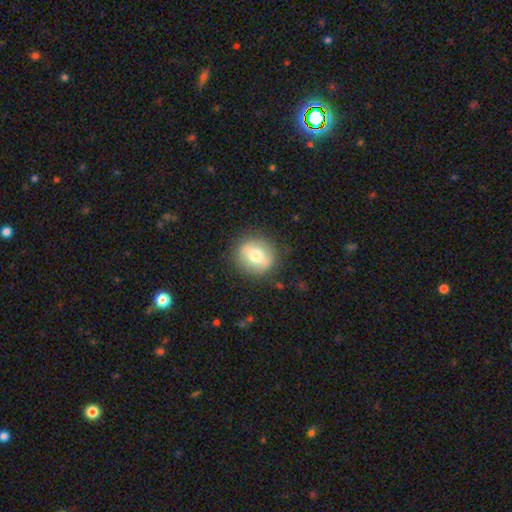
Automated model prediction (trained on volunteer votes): This is possibly a smooth galaxy (58%). How rounded: clearly round (82%). Merging: clearly none (85%).